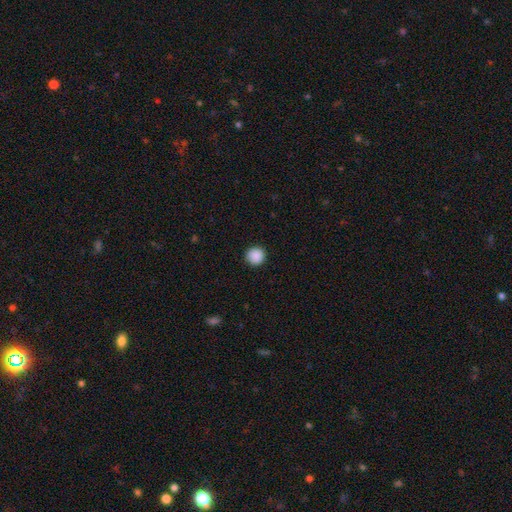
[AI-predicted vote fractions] Smooth or featured? smooth (89%)
How rounded? round (95%)
Merging? none (92%)